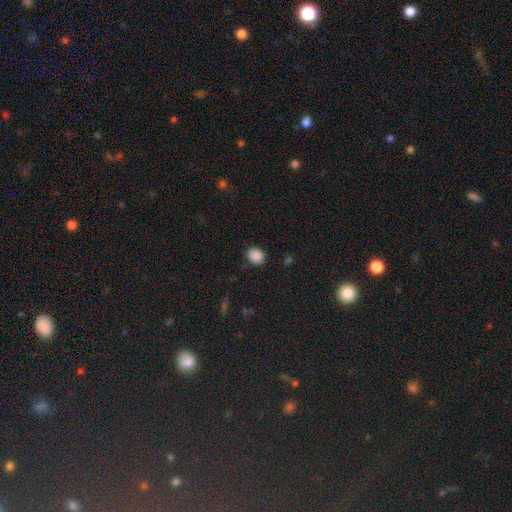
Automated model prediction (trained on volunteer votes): Smooth or featured? Predicted: smooth (p=0.87). How rounded? Predicted: round (p=0.60). Merging? Predicted: none (p=0.85).